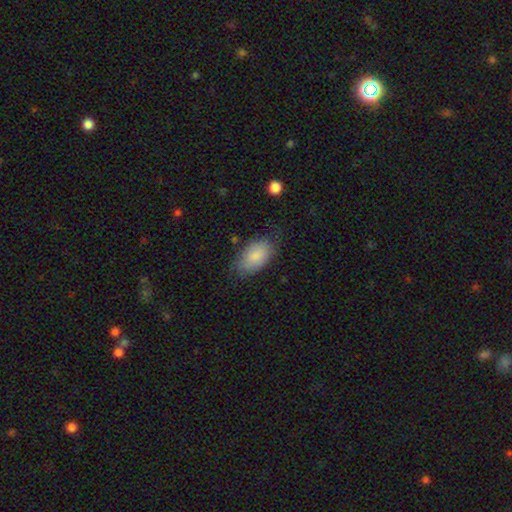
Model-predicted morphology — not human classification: A smooth galaxy with no disk features (85%) that is in between round and cigar-shaped (94%).

Vote fractions:
- Smooth or featured? smooth: 85% / featured or disk: 9% / star or artifact: 6%
- How rounded? in between: 94% / round: 5% / cigar-shaped: 2%
- Merging? none: 68% / minor disturbance: 23% / major disturbance: 7% / merger: 2%